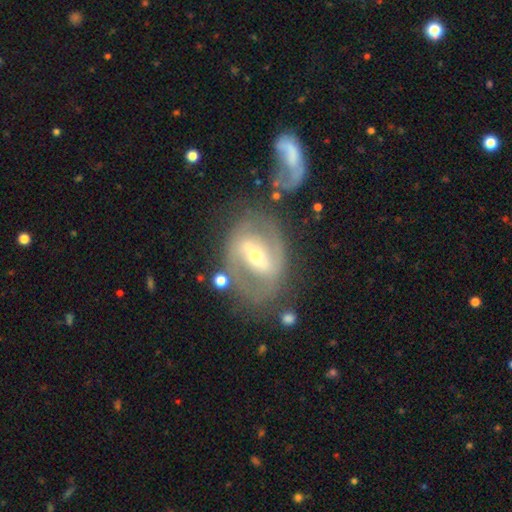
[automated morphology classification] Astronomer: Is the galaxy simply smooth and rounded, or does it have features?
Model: featured or disk — 80%.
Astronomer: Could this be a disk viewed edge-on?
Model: no — 95%.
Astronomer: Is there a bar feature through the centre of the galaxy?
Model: strong — 49% (runner-up: weak, 33%).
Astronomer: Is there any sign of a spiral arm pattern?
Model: yes — 78%.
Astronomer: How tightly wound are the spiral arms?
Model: medium — 46% (runner-up: tight, 29%).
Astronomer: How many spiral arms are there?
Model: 2 — 80%.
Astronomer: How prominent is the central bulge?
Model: moderate — 51% (runner-up: small, 44%).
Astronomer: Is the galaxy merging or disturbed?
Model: none — 63%.